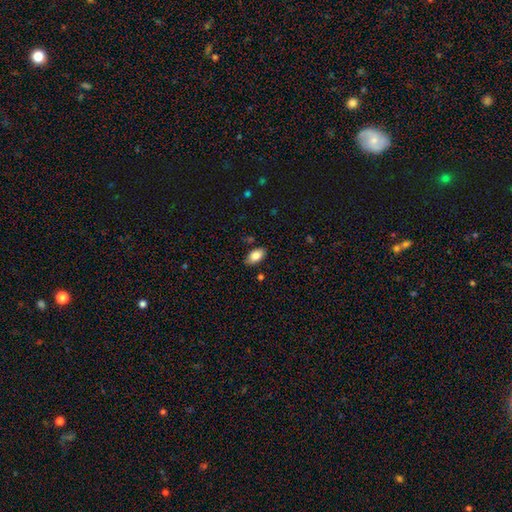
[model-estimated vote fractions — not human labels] smooth 84%, featured or disk 9%, star or artifact 7%. Down the decision tree: how rounded — in between (93%); merging — none (84%).